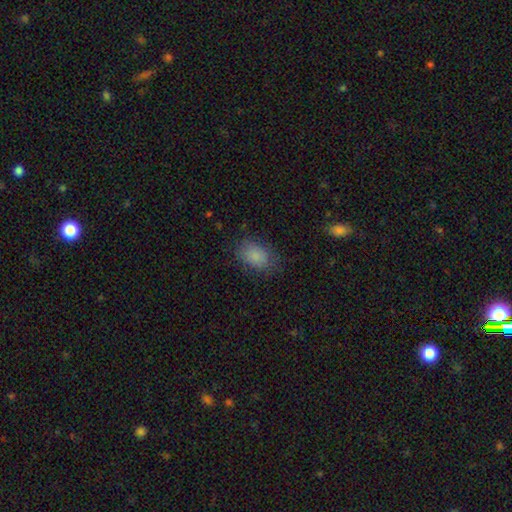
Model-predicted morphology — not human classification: smooth-or-featured: smooth: 85% | star or artifact: 9% | featured or disk: 6%
  how-rounded: in between: 80% | round: 18% | cigar-shaped: 1%
  merging: none: 76% | minor disturbance: 17% | major disturbance: 6% | merger: 1%